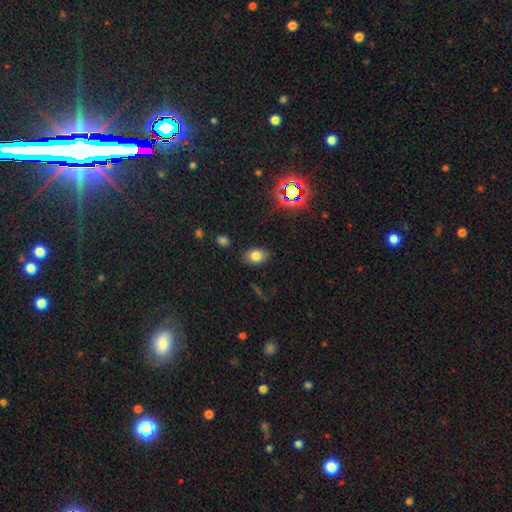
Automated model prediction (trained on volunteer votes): Smooth or featured?
  - smooth: 77% *
  - star or artifact: 13%
  - featured or disk: 9%
How rounded?
  - in between: 81% *
  - round: 18%
  - cigar-shaped: 1%
Merging?
  - none: 84% *
  - minor disturbance: 11%
  - major disturbance: 3%
  - merger: 2%